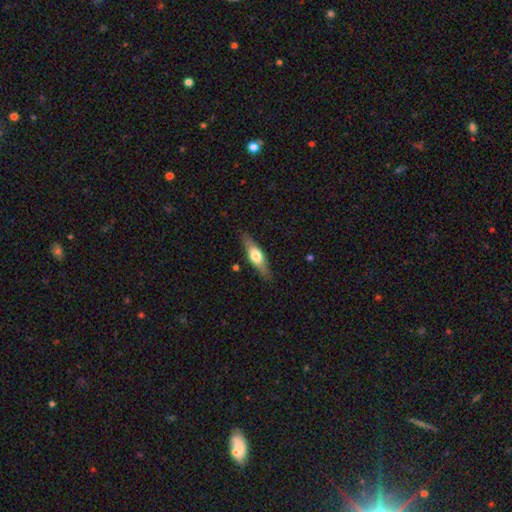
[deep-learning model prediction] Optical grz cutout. It shows a smooth galaxy with no disk features (47%, tied with featured or disk). Merging: none (84%).